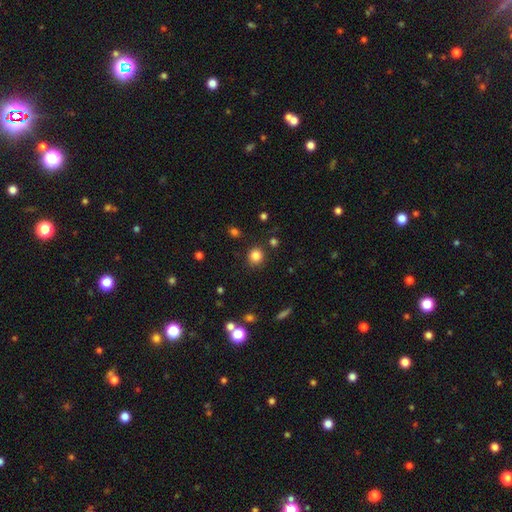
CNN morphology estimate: smooth-or-featured: smooth: 83% | star or artifact: 12% | featured or disk: 5%
  how-rounded: round: 88% | in between: 11% | cigar-shaped: 1%
  merging: none: 86% | minor disturbance: 8% | merger: 3% | major disturbance: 3%